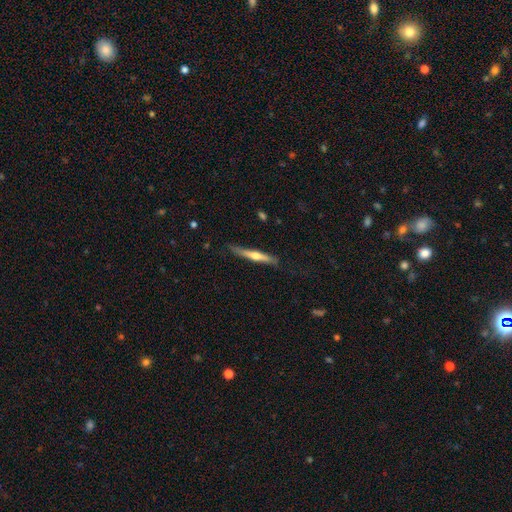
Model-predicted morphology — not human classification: type=featured or disk (61%); edge-on=yes (96%); edge-on bulge=rounded (86%); merging=none (78%).